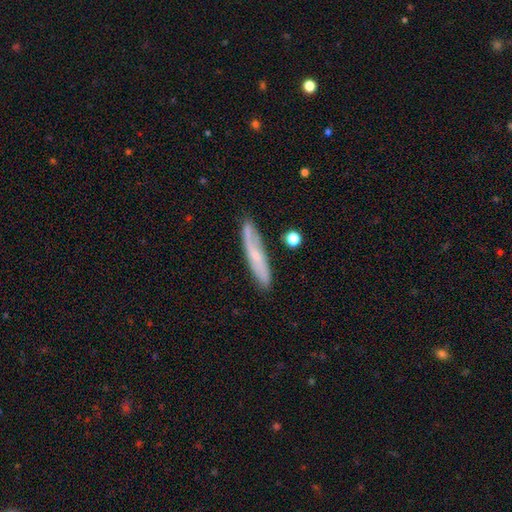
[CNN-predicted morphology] Smooth or featured? featured or disk (54%)
Edge-on disk? yes (50%, tied with no)
Merging? none (77%)